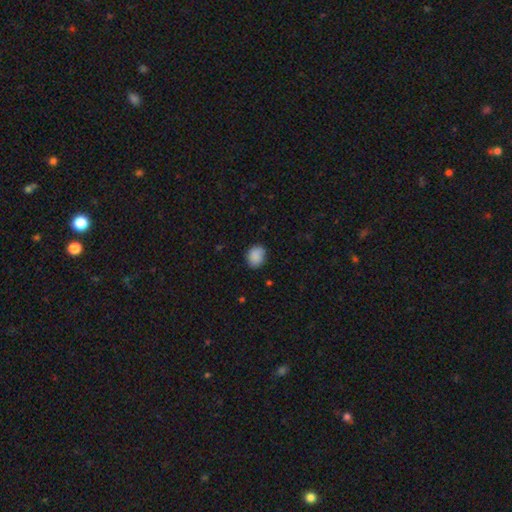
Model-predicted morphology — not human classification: Q: Smooth or featured?
A: smooth (89%); runner-up: star or artifact (8%)
Q: How rounded?
A: in between (51%); runner-up: round (48%)
Q: Merging?
A: none (83%); runner-up: minor disturbance (14%)